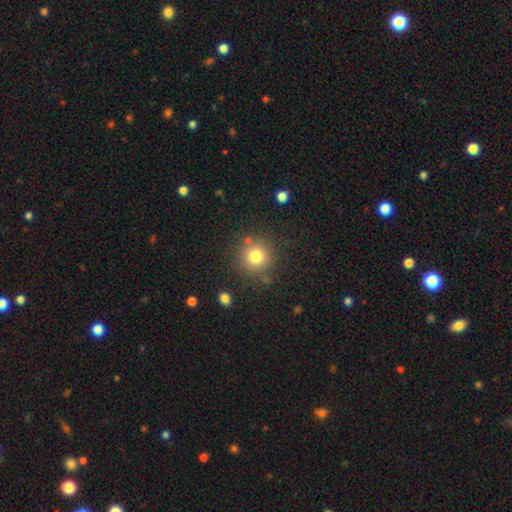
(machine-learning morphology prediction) A smooth galaxy with no disk features (78%) that is round (93%).

Vote fractions:
- Smooth or featured? smooth: 78% / star or artifact: 13% / featured or disk: 9%
- How rounded? round: 93% / in between: 6% / cigar-shaped: 1%
- Merging? none: 82% / minor disturbance: 9% / merger: 5% / major disturbance: 4%